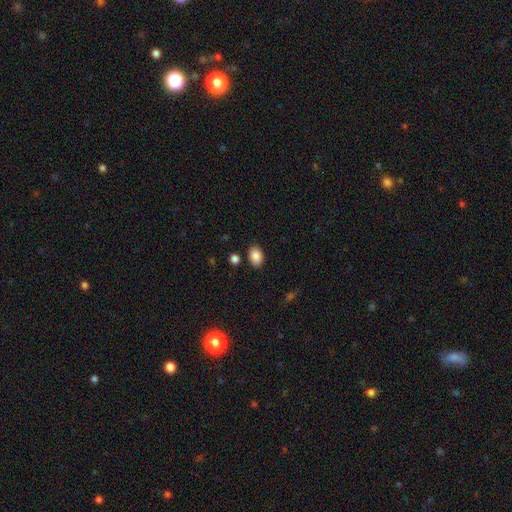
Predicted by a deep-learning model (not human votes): A smooth galaxy with no disk features (87%) that is in between round and cigar-shaped (82%). Merging: none (84%).